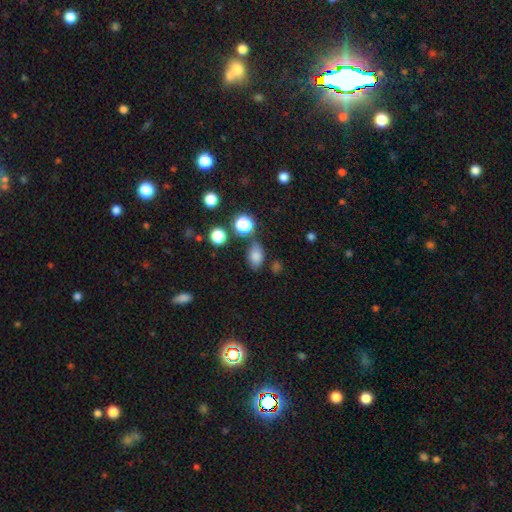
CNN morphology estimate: smooth-or-featured: smooth: 78% | star or artifact: 15% | featured or disk: 8%
  how-rounded: in between: 80% | round: 18% | cigar-shaped: 2%
  merging: none: 68% | minor disturbance: 19% | merger: 7% | major disturbance: 6%